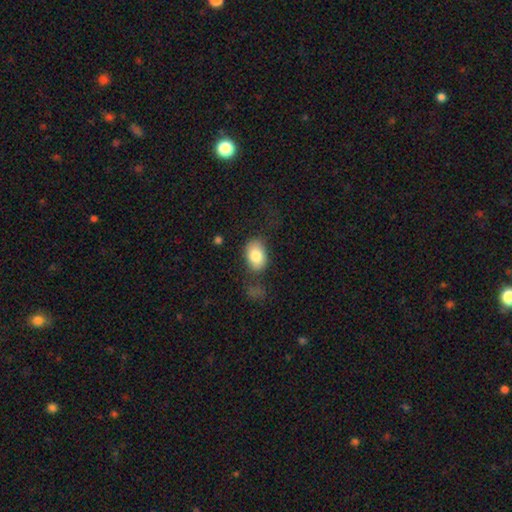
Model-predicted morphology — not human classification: Q: Smooth or featured?
A: smooth (81%); runner-up: featured or disk (12%)
Q: How rounded?
A: in between (77%); runner-up: round (22%)
Q: Merging?
A: none (63%); runner-up: minor disturbance (20%)